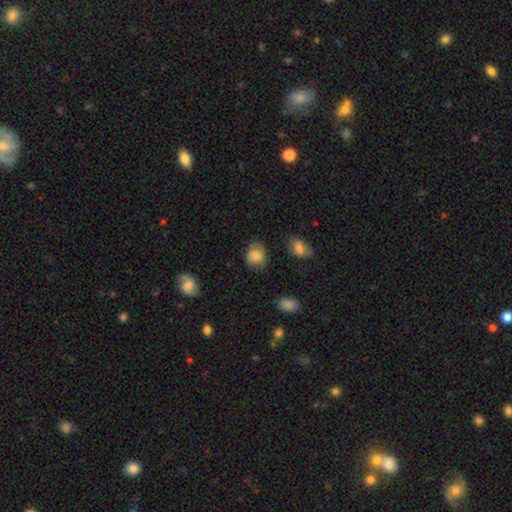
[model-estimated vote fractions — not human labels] This appears to be a smooth galaxy with no disk features (81%) that is round (64%). Merging: none (73%).